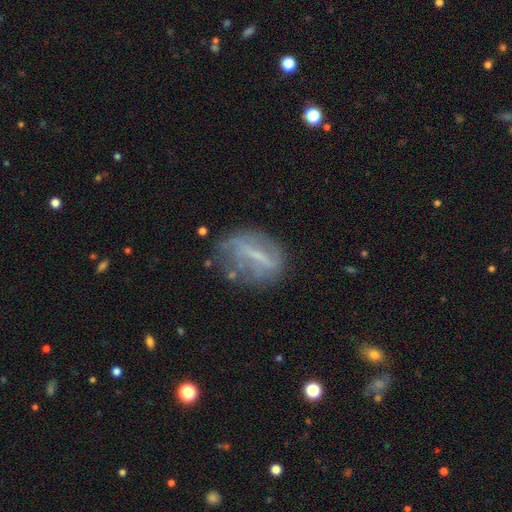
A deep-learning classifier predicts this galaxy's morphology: Smooth or featured: featured or disk — 63% (smooth — 27%)
Edge-on disk: no — 86% (yes — 14%)
Bar: strong — 57% (weak — 28%)
Spiral arms: no — 63% (yes — 37%)
Bulge size: none — 42% (tied with small — 42%)
Merging: none — 58% (minor disturbance — 24%)